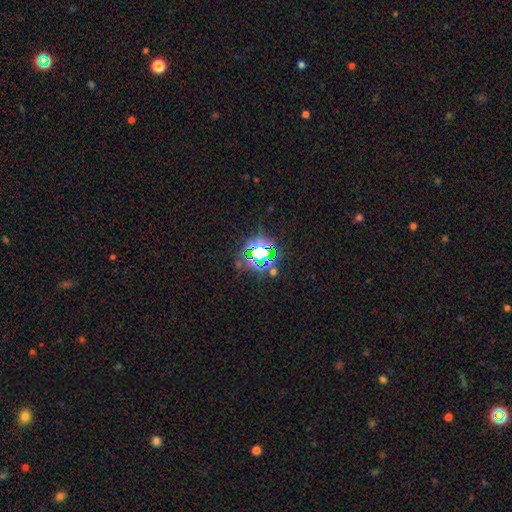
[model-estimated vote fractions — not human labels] Smooth or featured? Predicted: star or artifact (p=0.71).